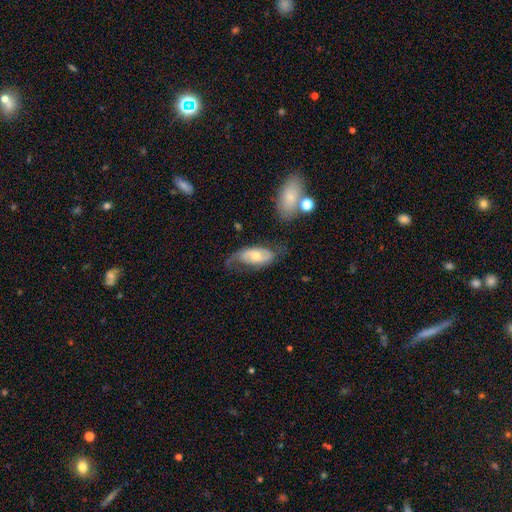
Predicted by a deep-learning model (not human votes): Smooth or featured: featured or disk — 56% (smooth — 37%)
Edge-on disk: no — 90% (yes — 10%)
Bar: no — 63% (weak — 27%)
Spiral arms: yes — 74% (no — 26%)
Bulge size: moderate — 55% (small — 39%)
Merging: none — 43% (minor disturbance — 30%)